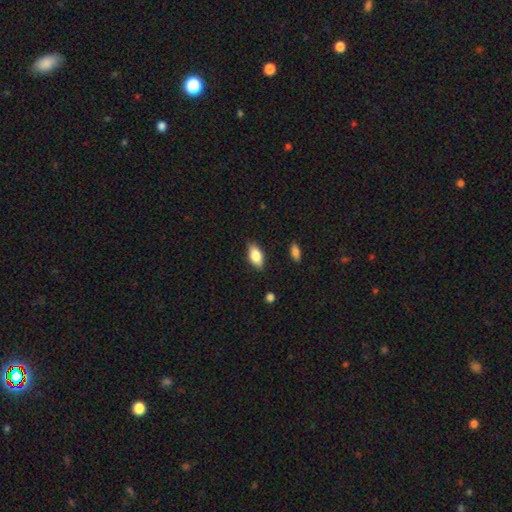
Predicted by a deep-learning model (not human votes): A smooth galaxy with no disk features (82%) that is in between round and cigar-shaped (90%).

Vote fractions:
- Smooth or featured? smooth: 82% / featured or disk: 11% / star or artifact: 7%
- How rounded? in between: 90% / cigar-shaped: 7% / round: 3%
- Merging? none: 84% / minor disturbance: 12% / major disturbance: 2% / merger: 1%